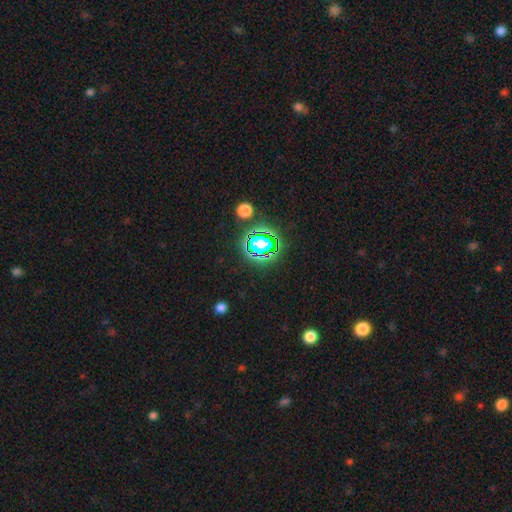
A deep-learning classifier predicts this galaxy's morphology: Q: Smooth or featured?
A: star or artifact (72%); runner-up: smooth (20%)